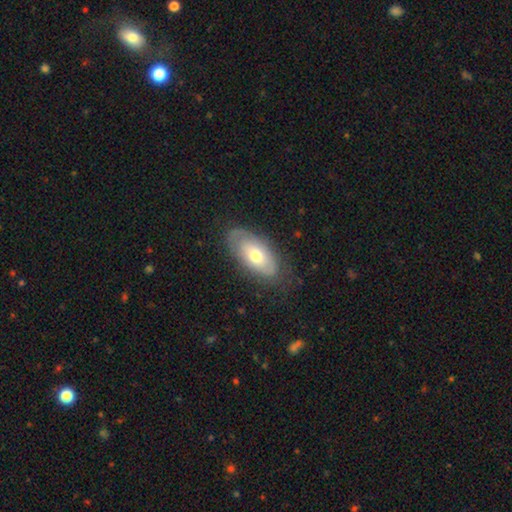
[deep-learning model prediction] Q: Smooth or featured?
A: smooth (53%); runner-up: featured or disk (41%)
Q: How rounded?
A: in between (91%); runner-up: cigar-shaped (5%)
Q: Merging?
A: none (75%); runner-up: minor disturbance (18%)